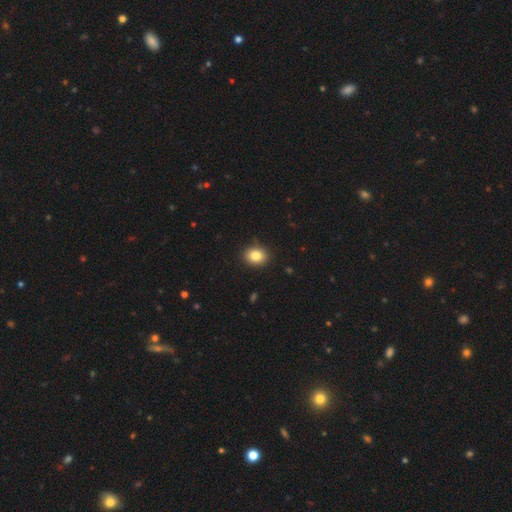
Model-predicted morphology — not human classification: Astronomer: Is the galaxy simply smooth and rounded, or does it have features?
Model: smooth — 84%.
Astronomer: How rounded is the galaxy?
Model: round — 53% (runner-up: in between, 46%).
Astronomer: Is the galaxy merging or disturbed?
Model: none — 89%.